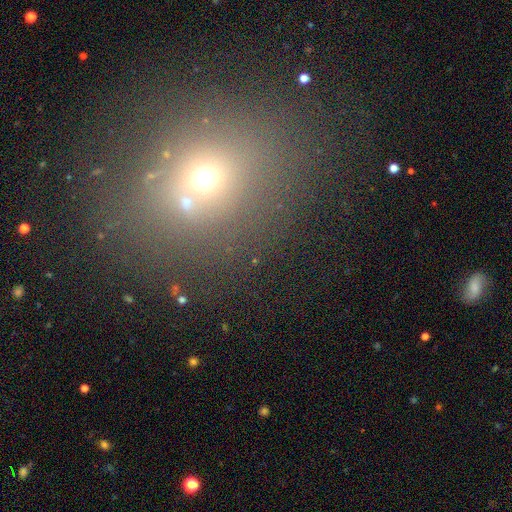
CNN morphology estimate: Smooth or featured? Predicted: smooth (p=0.52). How rounded? Predicted: round (p=0.69). Merging? Predicted: none (p=0.70).